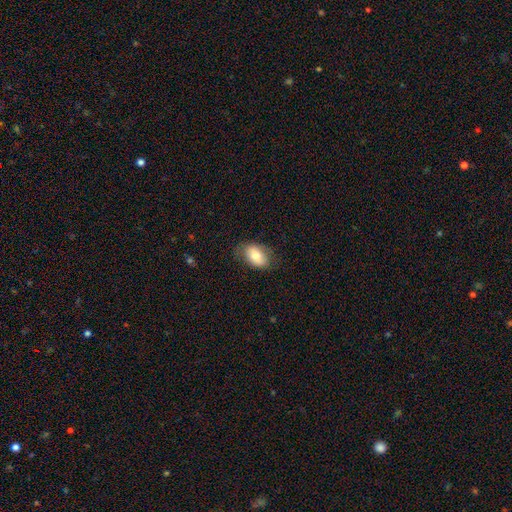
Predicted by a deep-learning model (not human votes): A smooth galaxy with no disk features (76%) that is in between round and cigar-shaped (89%). Merging: none (73%).